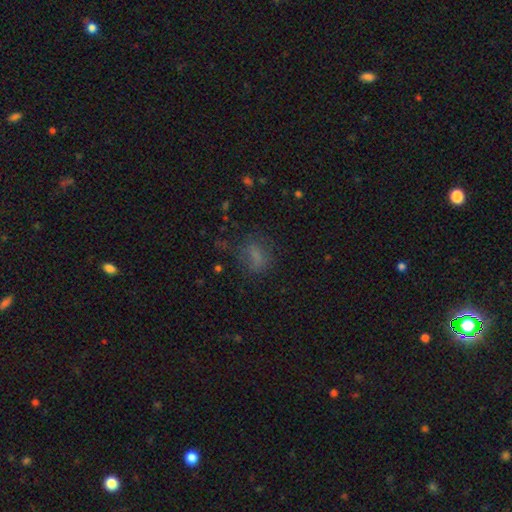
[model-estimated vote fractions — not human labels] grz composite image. It shows a smooth galaxy with no disk features (65%) that is in between round and cigar-shaped (64%). Merging: none (58%).